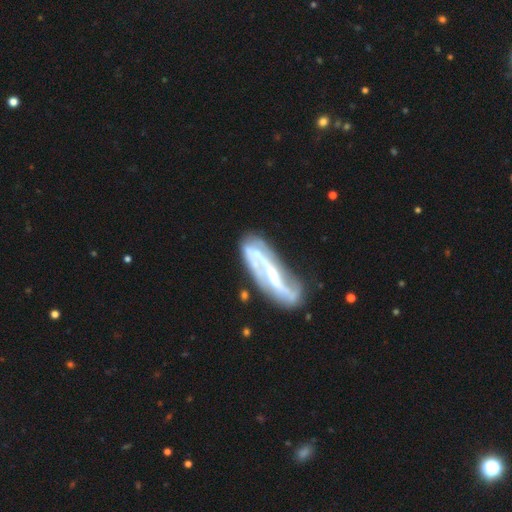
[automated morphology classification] smooth_or_featured: featured or disk (p=0.79) [alt: smooth p=0.15]
disk_edge_on: no (p=0.86) [alt: yes p=0.14]
bar: strong (p=0.36) [alt: weak p=0.35]
has_spiral_arms: yes (p=0.81) [alt: no p=0.19]
spiral_winding: loose (p=0.55) [alt: medium p=0.32]
spiral_arm_count: 2 (p=0.74) [alt: can't tell p=0.12]
bulge_size: moderate (p=0.52) [alt: small p=0.30]
merging: none (p=0.52) [alt: minor disturbance p=0.21]